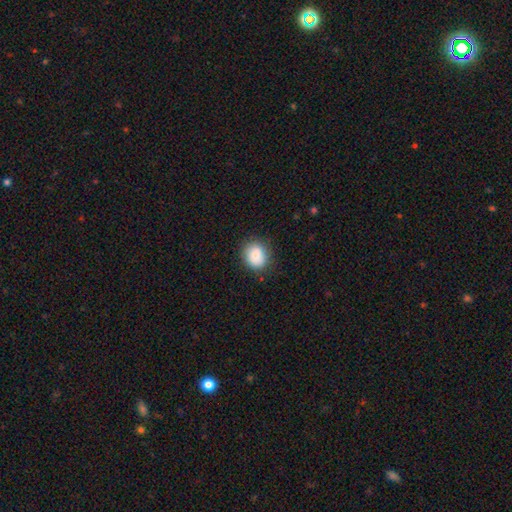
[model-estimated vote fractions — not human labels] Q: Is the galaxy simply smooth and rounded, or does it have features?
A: smooth — 84%.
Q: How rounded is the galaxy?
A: round — 66%.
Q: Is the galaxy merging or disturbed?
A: none — 82%.